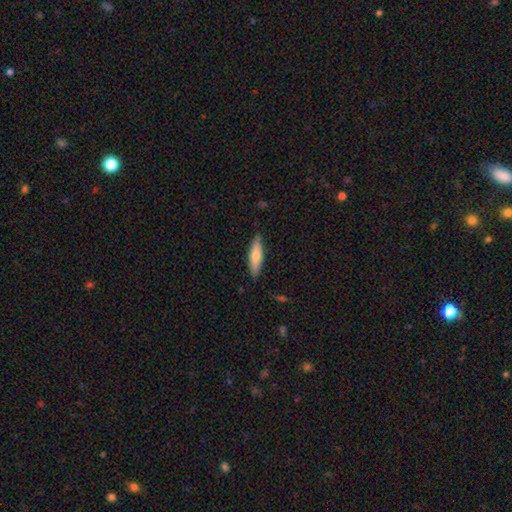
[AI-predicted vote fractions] smooth_or_featured: smooth (p=0.66) [alt: featured or disk p=0.28]
how_rounded: cigar-shaped (p=0.64) [alt: in between p=0.34]
merging: none (p=0.86) [alt: minor disturbance p=0.11]